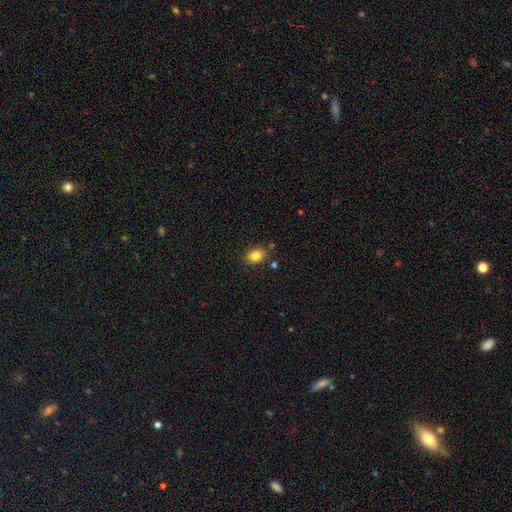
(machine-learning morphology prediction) type=smooth (82%); roundness=in between (74%); merging=none (72%).